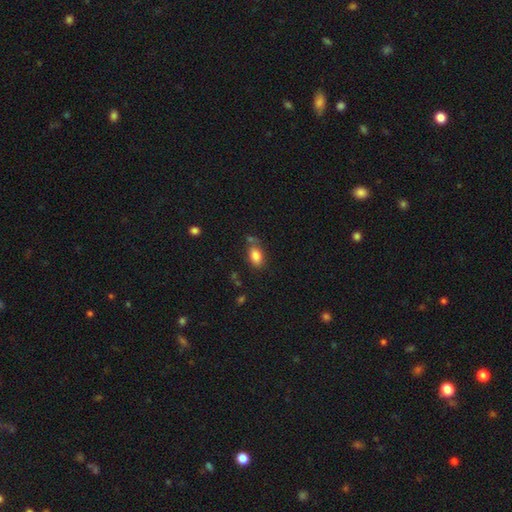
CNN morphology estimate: Overall: smooth (83%). How rounded: in between (88%). Merging: none (67%).